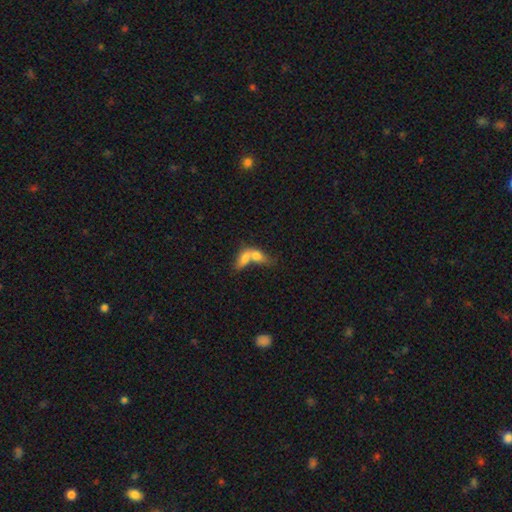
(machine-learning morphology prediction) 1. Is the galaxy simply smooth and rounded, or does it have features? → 69% smooth, 23% featured or disk, 8% star or artifact.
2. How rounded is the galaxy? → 74% in between, 15% round, 10% cigar-shaped.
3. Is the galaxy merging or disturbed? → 80% merger, 10% none, 5% major disturbance, 5% minor disturbance.